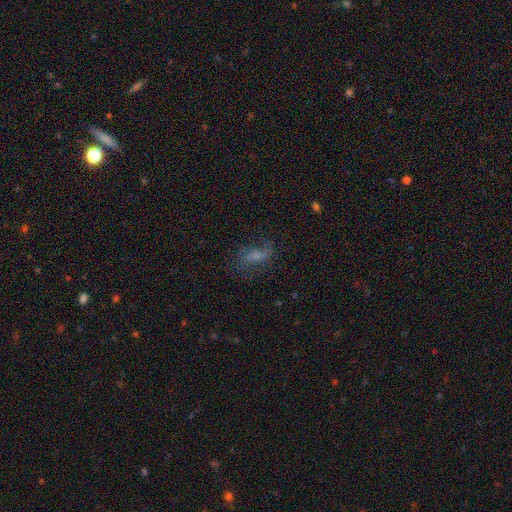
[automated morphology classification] Q: Smooth or featured?
A: smooth (48%); runner-up: featured or disk (36%)
Q: Merging?
A: none (54%); runner-up: minor disturbance (22%)